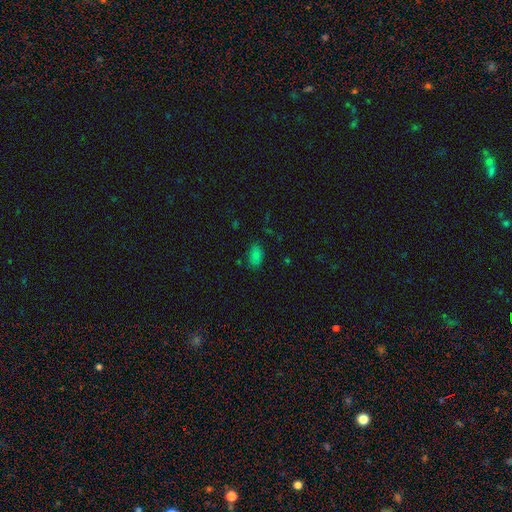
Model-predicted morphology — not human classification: Q: Smooth or featured?
A: smooth (79%); runner-up: star or artifact (14%)
Q: How rounded?
A: in between (89%); runner-up: round (9%)
Q: Merging?
A: none (76%); runner-up: minor disturbance (17%)